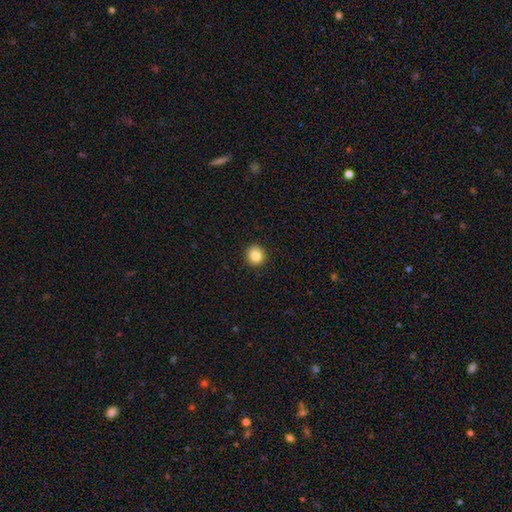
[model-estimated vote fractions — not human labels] A smooth galaxy with no disk features (86%) that is round (91%).

Vote fractions:
- Smooth or featured? smooth: 86% / star or artifact: 9% / featured or disk: 5%
- How rounded? round: 91% / in between: 8% / cigar-shaped: 1%
- Merging? none: 92% / minor disturbance: 5% / major disturbance: 2% / merger: 1%